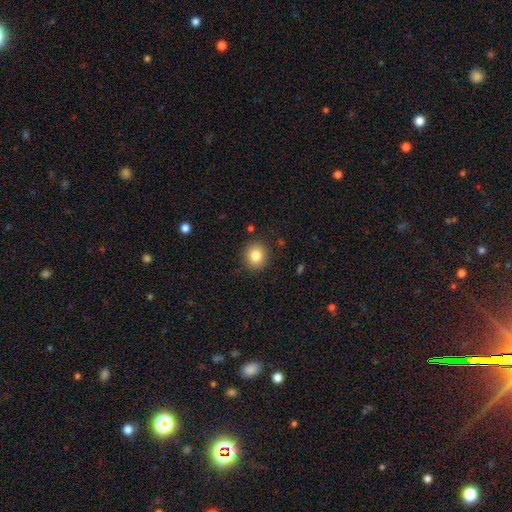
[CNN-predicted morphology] Smooth or featured: smooth — 82% (star or artifact — 11%)
How rounded: round — 89% (in between — 10%)
Merging: none — 90% (minor disturbance — 7%)